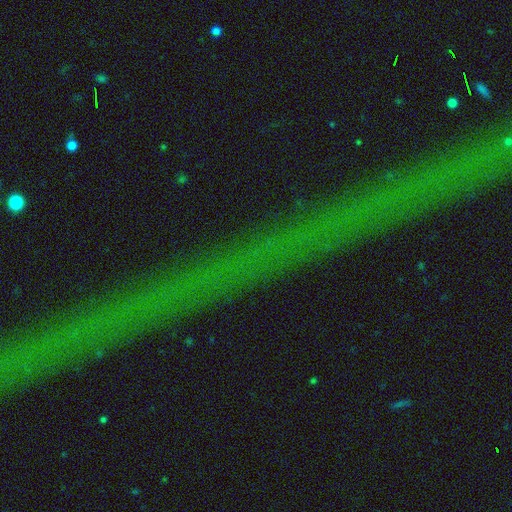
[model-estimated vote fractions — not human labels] smooth-or-featured: star or artifact: 70% | featured or disk: 19% | smooth: 11%